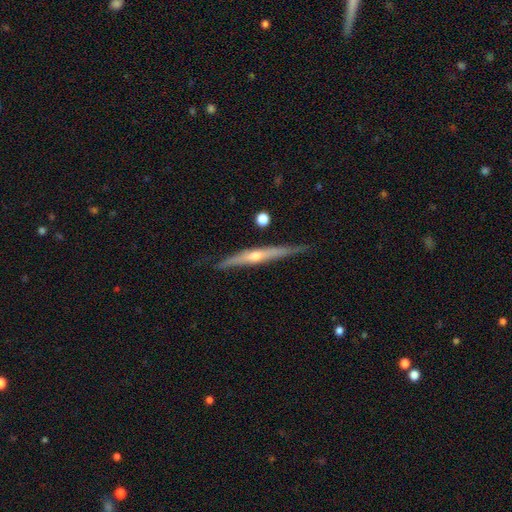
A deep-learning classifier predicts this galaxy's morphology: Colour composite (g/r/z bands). It shows a featured or disk galaxy (73%) viewed edge-on (96%) with a rounded central bulge (77%). Merging: none (79%).